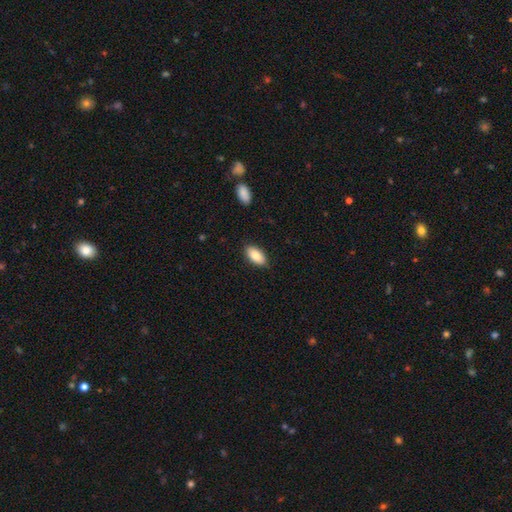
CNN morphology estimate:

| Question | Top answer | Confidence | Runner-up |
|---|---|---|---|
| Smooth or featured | smooth | 85% | featured or disk (9%) |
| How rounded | in between | 93% | cigar-shaped (5%) |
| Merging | none | 87% | minor disturbance (10%) |